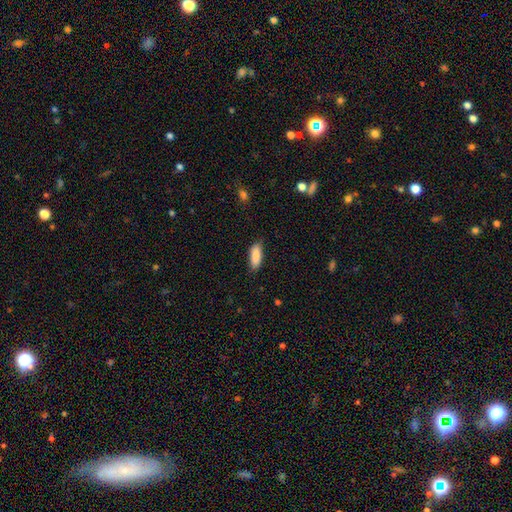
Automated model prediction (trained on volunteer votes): Morphology: type=smooth (88%); roundness=in between (69%); merging=none (83%).